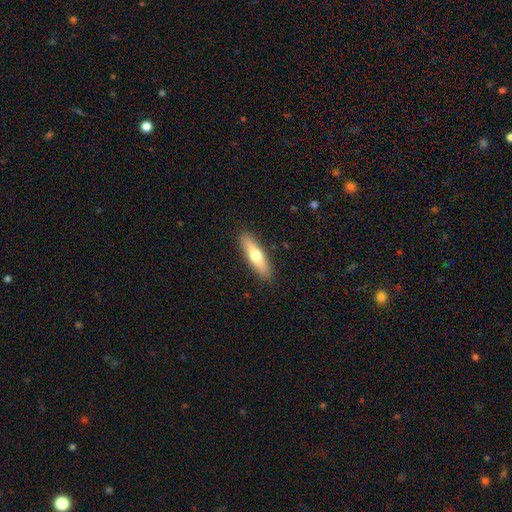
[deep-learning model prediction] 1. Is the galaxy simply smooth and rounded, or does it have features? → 60% smooth, 34% featured or disk, 6% star or artifact.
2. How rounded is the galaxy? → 70% cigar-shaped, 28% in between, 2% round.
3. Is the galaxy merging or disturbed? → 90% none, 7% minor disturbance, 2% major disturbance, 1% merger.